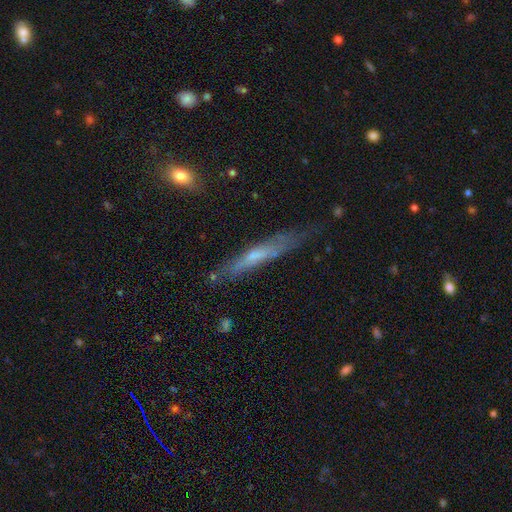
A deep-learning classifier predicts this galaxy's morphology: Smooth or featured? featured or disk (49%)
Merging? none (67%)